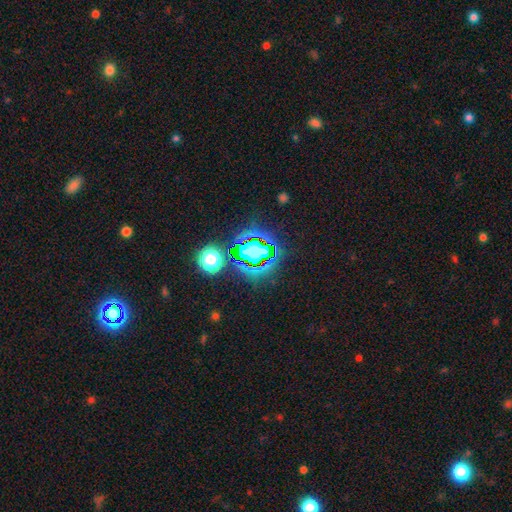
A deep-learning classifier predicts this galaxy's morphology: smooth_or_featured: star or artifact (p=0.78) [alt: smooth p=0.14]